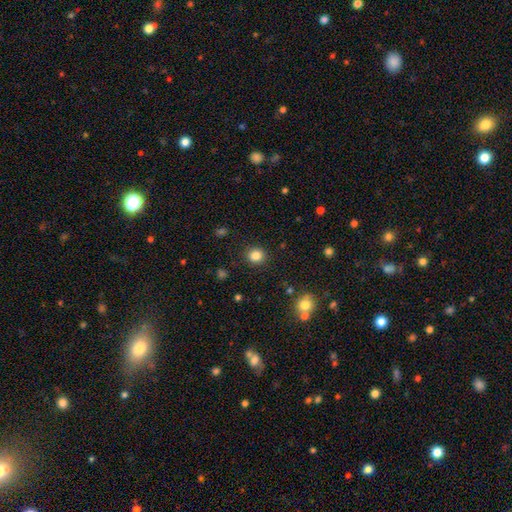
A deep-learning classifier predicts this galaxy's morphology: type=smooth (83%); roundness=round (87%); merging=none (90%).